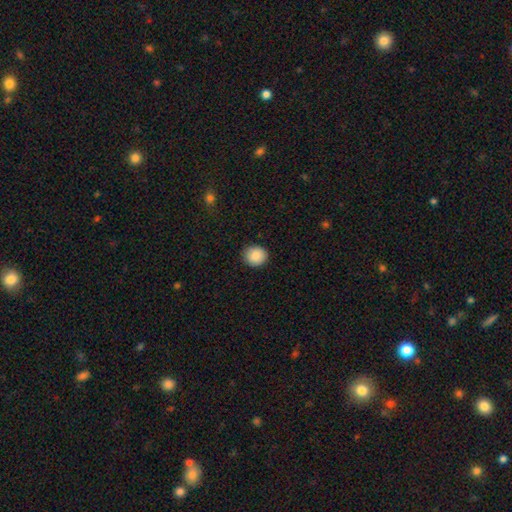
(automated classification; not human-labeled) Morphology: type=smooth (86%); roundness=round (83%); merging=none (89%).